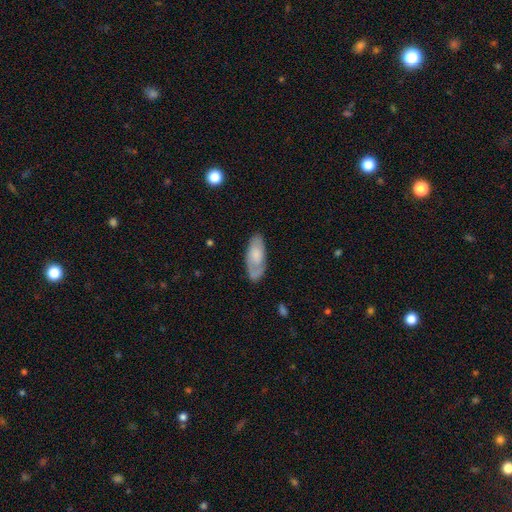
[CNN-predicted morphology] smooth 55%, featured or disk 38%, star or artifact 6%. Down the decision tree: how rounded — in between (82%); merging — none (70%).